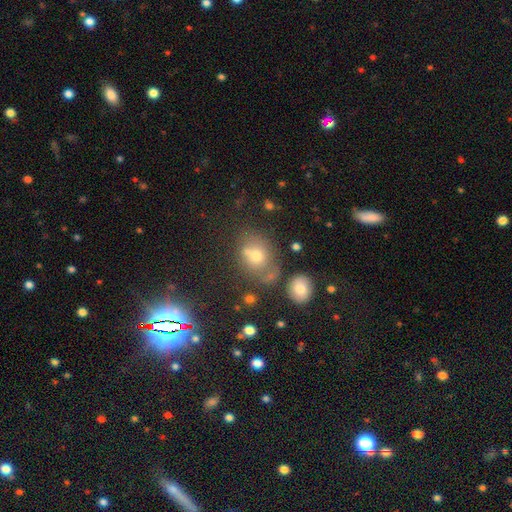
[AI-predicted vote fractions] smooth_or_featured: smooth (p=0.65) [alt: star or artifact p=0.19]
how_rounded: round (p=0.58) [alt: in between p=0.41]
merging: none (p=0.56) [alt: merger p=0.19]